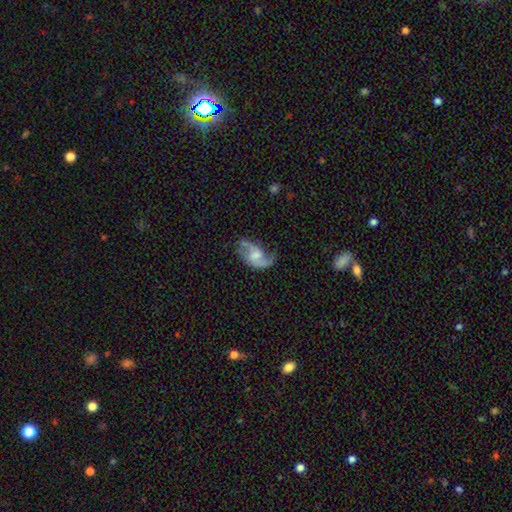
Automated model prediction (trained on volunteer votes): Smooth or featured? Predicted: featured or disk (p=0.79). Edge-on disk? Predicted: no (p=0.97). Bar? Predicted: no (p=0.47). Spiral arms? Predicted: yes (p=0.94). Spiral winding? Predicted: loose (p=0.58). Spiral arm count? Predicted: 2 (p=0.86). Bulge size? Predicted: moderate (p=0.40). Merging? Predicted: none (p=0.57).